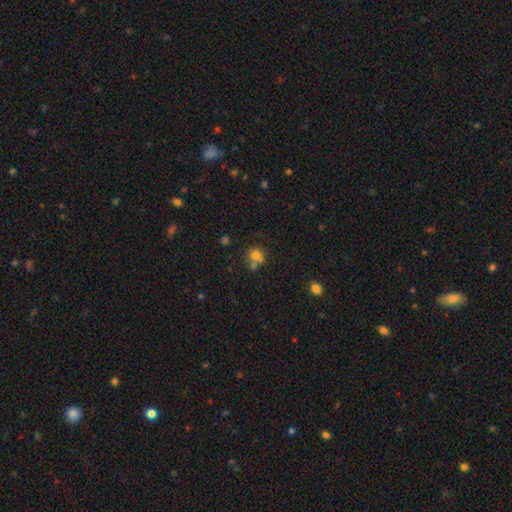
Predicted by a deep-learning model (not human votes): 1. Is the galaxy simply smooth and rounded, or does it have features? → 72% smooth, 16% star or artifact, 12% featured or disk.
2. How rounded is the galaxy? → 85% round, 14% in between, 1% cigar-shaped.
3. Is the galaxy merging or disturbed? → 49% none, 35% merger, 11% minor disturbance, 4% major disturbance.